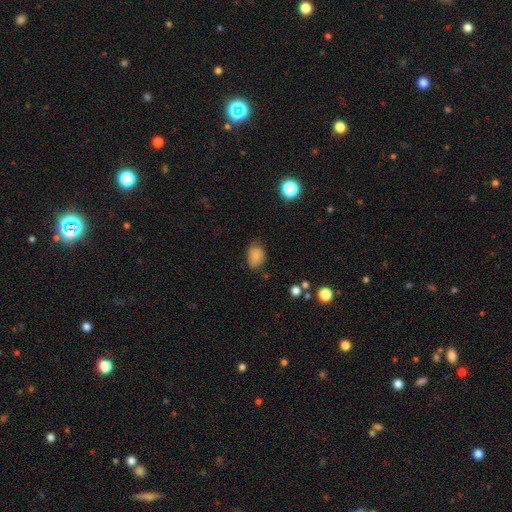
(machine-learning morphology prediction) Overall: smooth (83%). How rounded: in between (76%). Merging: none (69%).